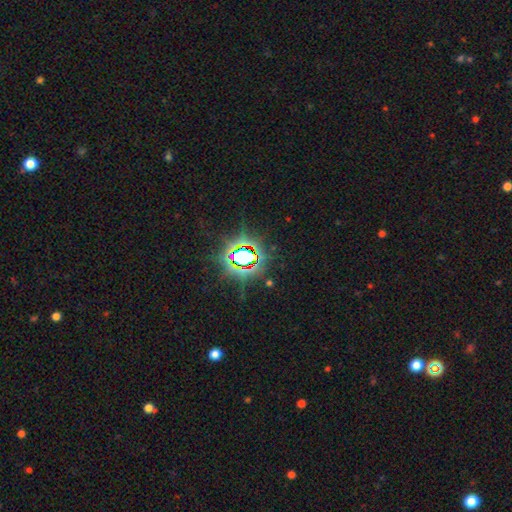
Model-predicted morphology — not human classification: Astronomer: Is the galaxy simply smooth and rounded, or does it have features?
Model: star or artifact — 82%.